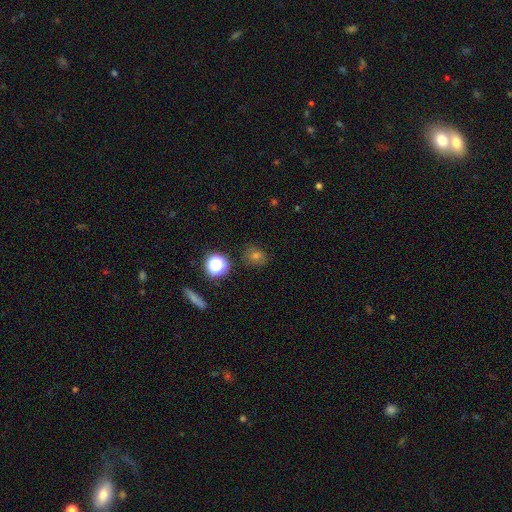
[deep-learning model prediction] This appears to be a smooth galaxy with no disk features (65%) that is round (73%). Merging: none (84%).